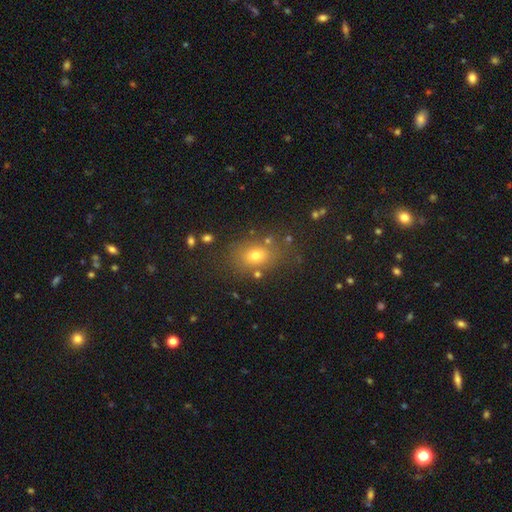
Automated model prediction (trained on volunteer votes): This appears to be a smooth galaxy with no disk features (70%) that is in between round and cigar-shaped (61%). Merging: none (79%).